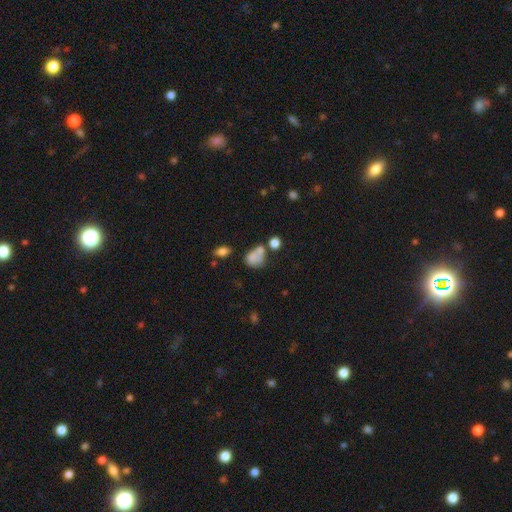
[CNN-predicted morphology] Overall: smooth (72%). How rounded: in between (59%; round 39%). Merging: merger (36%; none 31%).